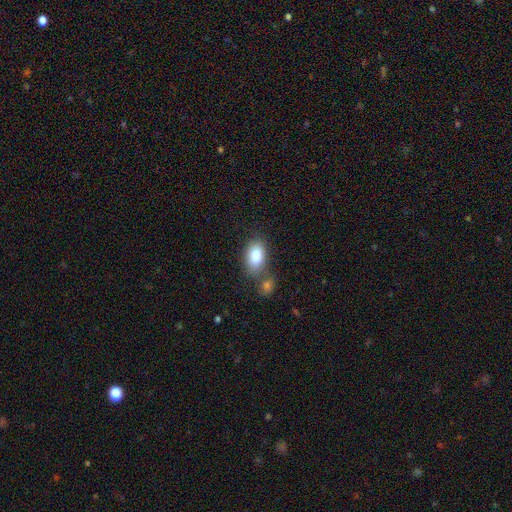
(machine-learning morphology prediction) smooth_or_featured: smooth (p=0.85) [alt: featured or disk p=0.08]
how_rounded: in between (p=0.91) [alt: round p=0.07]
merging: none (p=0.60) [alt: merger p=0.21]